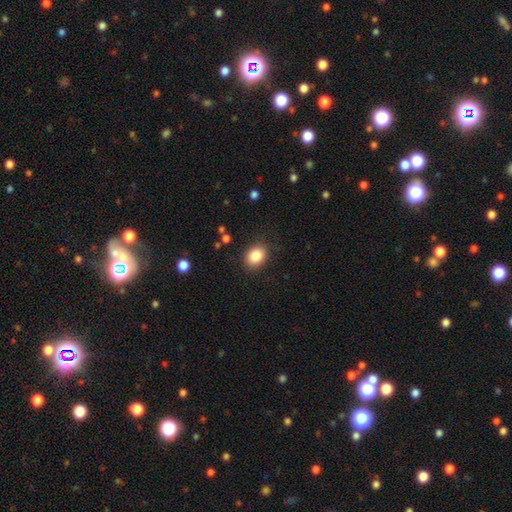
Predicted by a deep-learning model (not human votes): A smooth galaxy with no disk features (85%) that is in between round and cigar-shaped (56%). Merging: none (87%).